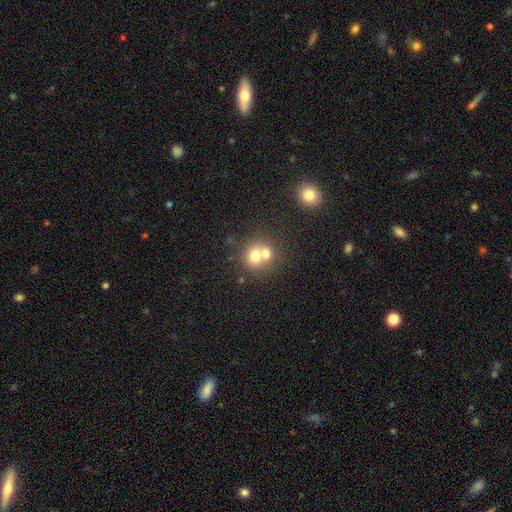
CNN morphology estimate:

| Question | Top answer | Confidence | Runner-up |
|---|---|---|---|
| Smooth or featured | smooth | 68% | featured or disk (20%) |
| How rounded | round | 75% | in between (24%) |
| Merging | merger | 60% | none (32%) |